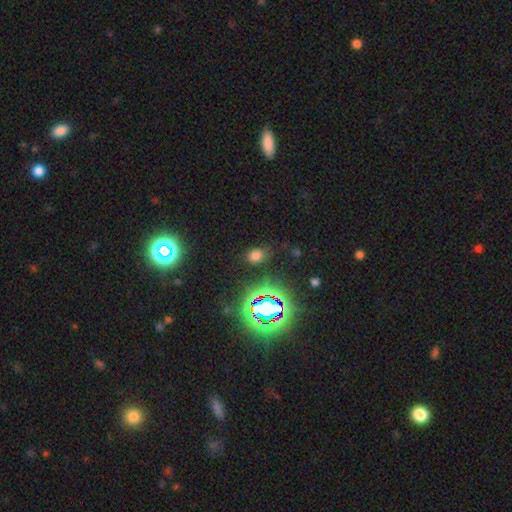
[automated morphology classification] smooth_or_featured: smooth (p=0.64) [alt: star or artifact p=0.30]
how_rounded: in between (p=0.66) [alt: round p=0.32]
merging: none (p=0.82) [alt: minor disturbance p=0.12]